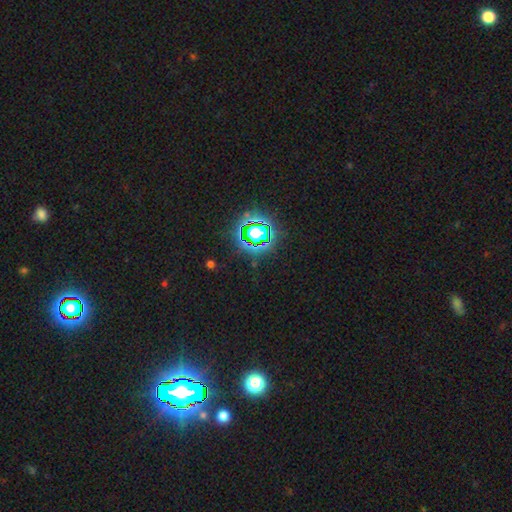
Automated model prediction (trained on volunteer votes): Smooth or featured? star or artifact (81%)